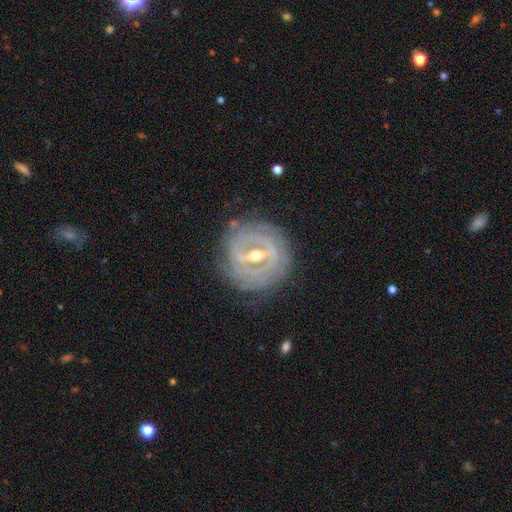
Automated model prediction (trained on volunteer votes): Smooth or featured? featured or disk (87%)
Edge-on disk? no (92%)
Bar? strong (65%)
Spiral arms? yes (82%)
Spiral winding? tight (82%)
Spiral arm count? can't tell (46%)
Bulge size? moderate (69%)
Merging? none (79%)